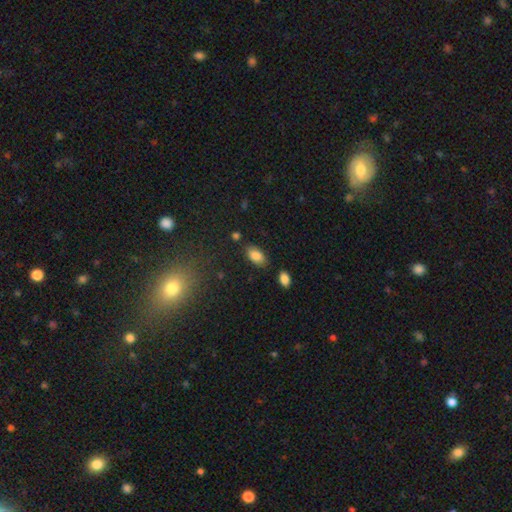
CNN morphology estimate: type=smooth (85%); roundness=in between (93%); merging=none (81%).